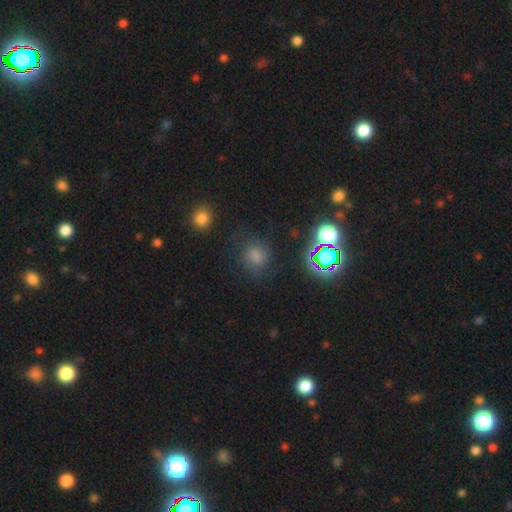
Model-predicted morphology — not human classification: smooth_or_featured: smooth (p=0.54) [alt: star or artifact p=0.32]
how_rounded: round (p=0.79) [alt: in between p=0.19]
merging: none (p=0.75) [alt: minor disturbance p=0.15]